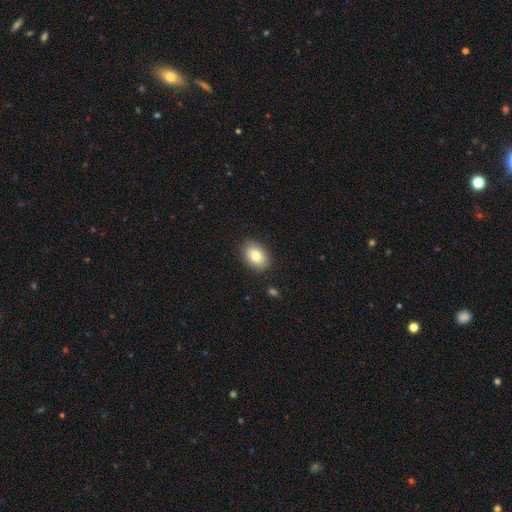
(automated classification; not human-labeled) Morphology: type=smooth (79%); roundness=in between (76%); merging=none (87%).